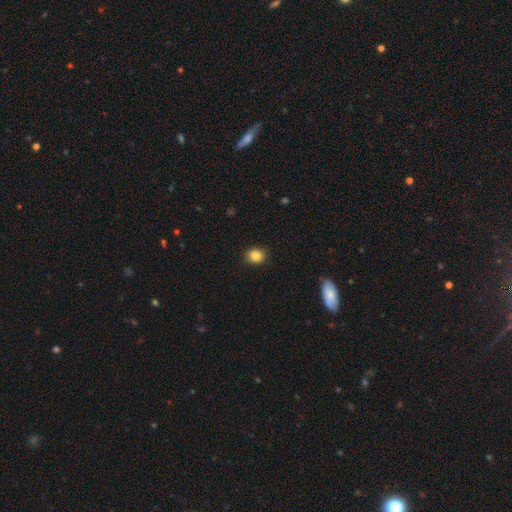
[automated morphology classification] Smooth or featured? Predicted: smooth (p=0.84). How rounded? Predicted: round (p=0.67). Merging? Predicted: none (p=0.90).